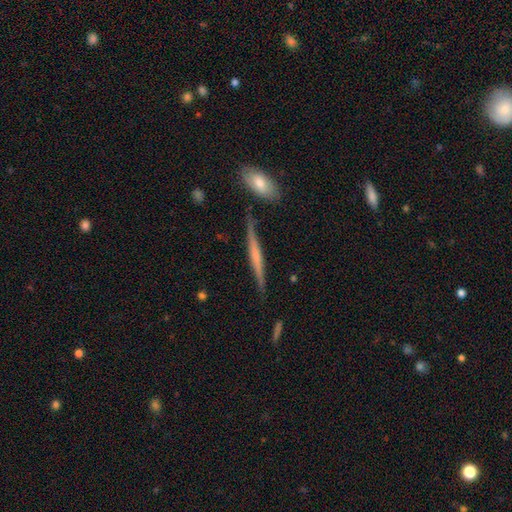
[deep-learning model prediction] Overall: featured or disk (60%; smooth 33%). Edge-on disk: yes (96%). Edge-on bulge: none (53%; rounded 27%). Merging: none (83%).